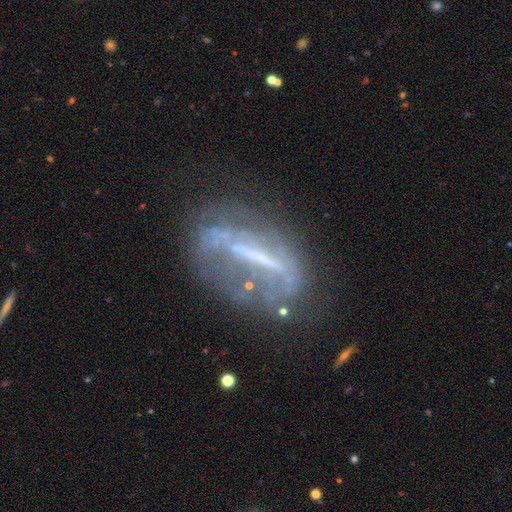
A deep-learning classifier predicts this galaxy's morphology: Overall: featured or disk (74%). Edge-on disk: no (76%). Bar: strong (71%). Spiral arms: no (57%; yes 43%). Bulge size: none (43%; small 33%). Merging: none (51%; minor disturbance 22%).